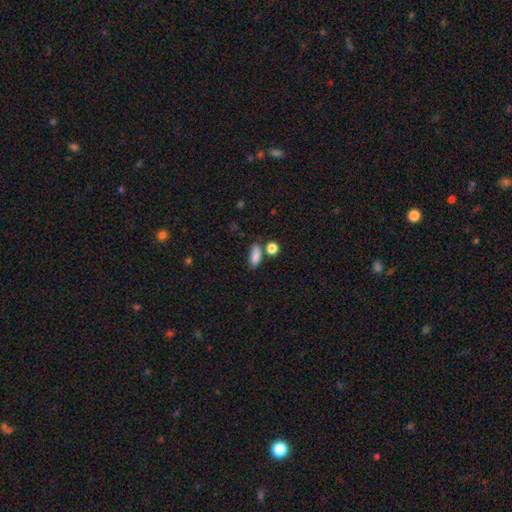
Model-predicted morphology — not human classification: A smooth galaxy with no disk features (85%) that is in between round and cigar-shaped (82%). Merging: none (58%).